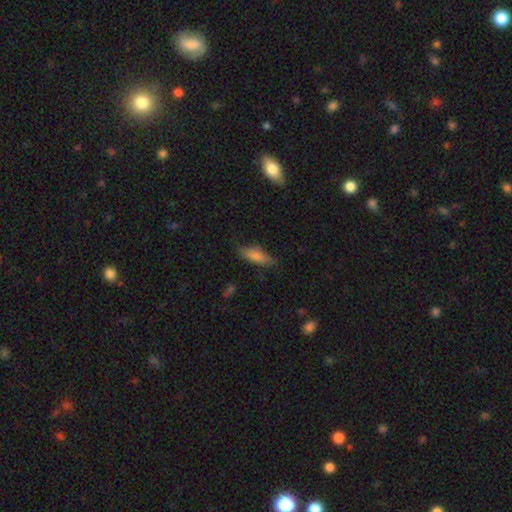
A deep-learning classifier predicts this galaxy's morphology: smooth_or_featured: smooth (p=0.73) [alt: featured or disk p=0.19]
how_rounded: in between (p=0.54) [alt: cigar-shaped p=0.43]
merging: none (p=0.76) [alt: minor disturbance p=0.18]